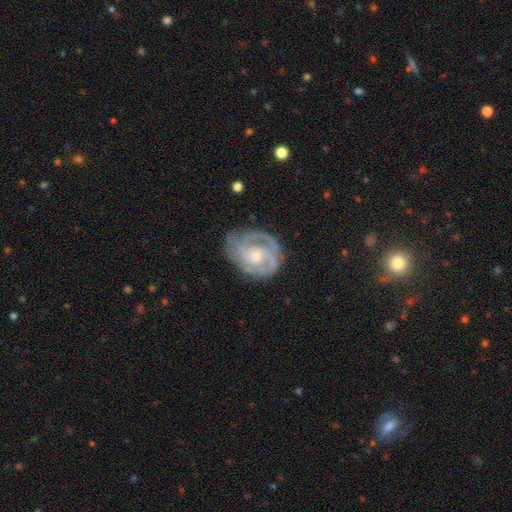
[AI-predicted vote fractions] featured or disk 85%, smooth 9%, star or artifact 5%. Down the decision tree: edge-on disk — no (97%); bar — no (57%); spiral arms — yes (95%); spiral arm count — 2 (40%); spiral winding — tight (62%); bulge size — moderate (49%); merging — none (72%).